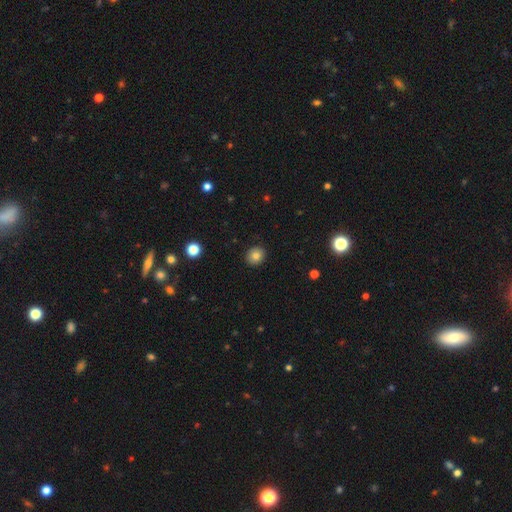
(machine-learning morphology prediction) This appears to be a smooth galaxy with no disk features (79%) that is round (79%). Merging: none (90%).